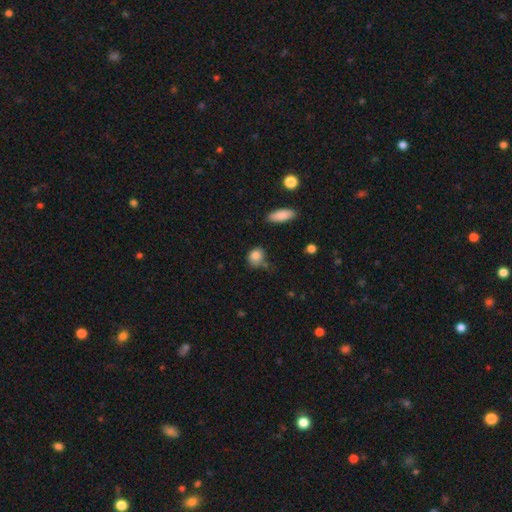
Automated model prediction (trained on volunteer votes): Q: Smooth or featured?
A: smooth (83%); runner-up: star or artifact (9%)
Q: How rounded?
A: round (52%); runner-up: in between (46%)
Q: Merging?
A: none (58%); runner-up: minor disturbance (28%)